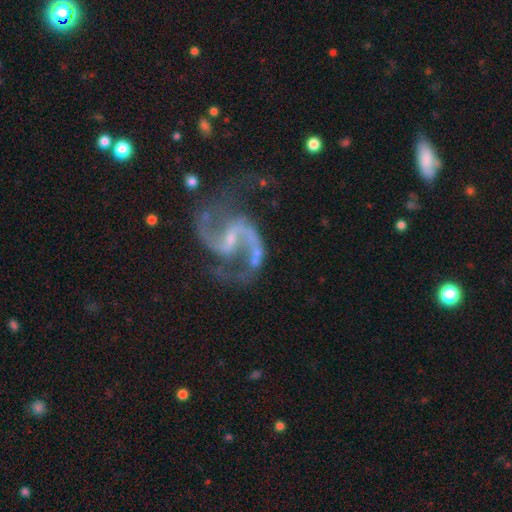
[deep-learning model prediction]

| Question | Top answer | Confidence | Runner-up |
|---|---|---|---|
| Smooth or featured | featured or disk | 90% | star or artifact (6%) |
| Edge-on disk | no | 98% | yes (2%) |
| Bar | weak | 53% | strong (26%) |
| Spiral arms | yes | 95% | no (5%) |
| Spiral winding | loose | 66% | medium (29%) |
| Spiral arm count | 2 | 93% | 1 (2%) |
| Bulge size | small | 52% | none (26%) |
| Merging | none | 56% | minor disturbance (19%) |